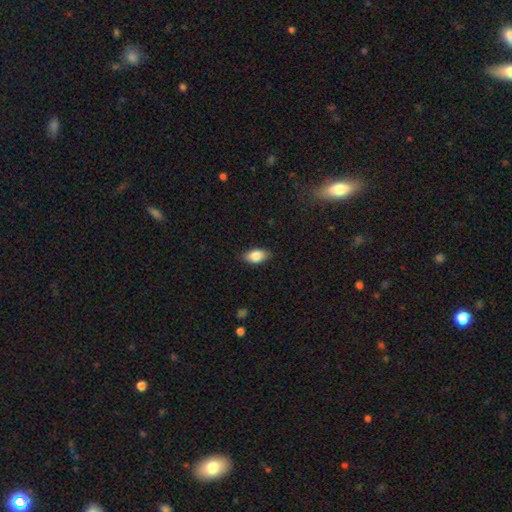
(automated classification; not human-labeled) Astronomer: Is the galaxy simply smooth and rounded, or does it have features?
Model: smooth — 85%.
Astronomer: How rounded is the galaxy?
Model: in between — 92%.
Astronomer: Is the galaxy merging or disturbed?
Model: none — 86%.